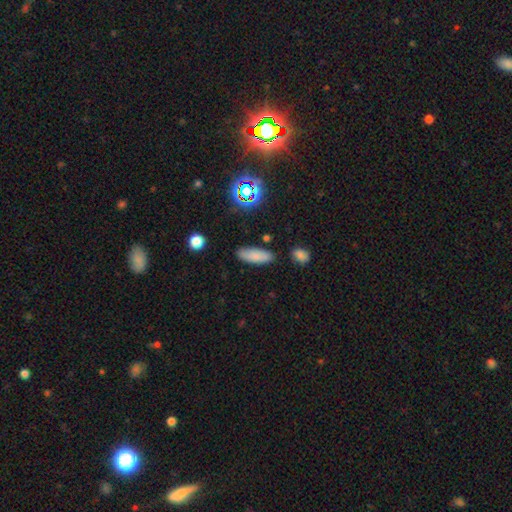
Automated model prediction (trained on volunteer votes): A smooth galaxy with no disk features (81%) that is in between round and cigar-shaped (66%). Merging: none (82%).